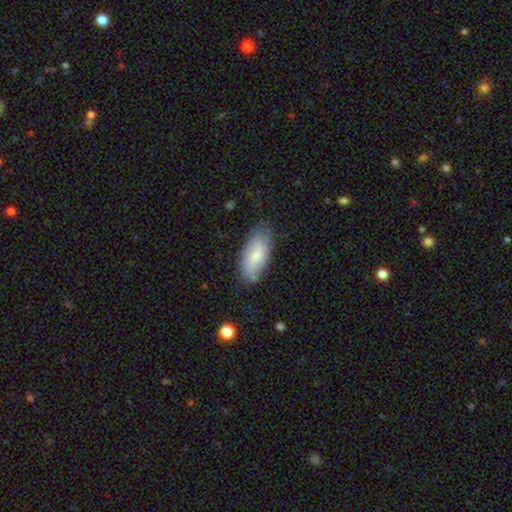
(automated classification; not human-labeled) smooth_or_featured: smooth (p=0.71) [alt: featured or disk p=0.23]
how_rounded: in between (p=0.89) [alt: cigar-shaped p=0.09]
merging: none (p=0.71) [alt: minor disturbance p=0.22]